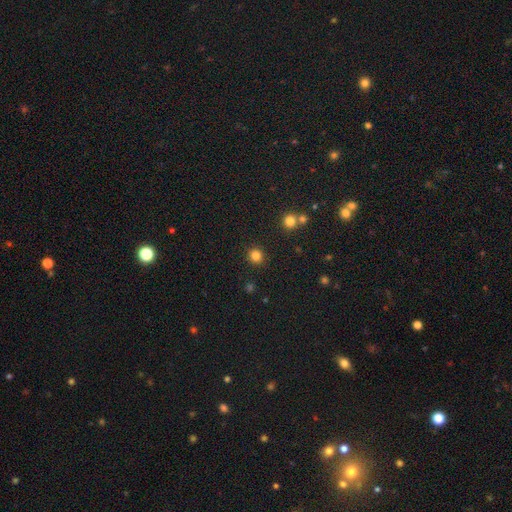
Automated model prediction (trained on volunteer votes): smooth_or_featured: smooth (p=0.83) [alt: star or artifact p=0.13]
how_rounded: round (p=0.93) [alt: in between p=0.06]
merging: none (p=0.91) [alt: minor disturbance p=0.05]